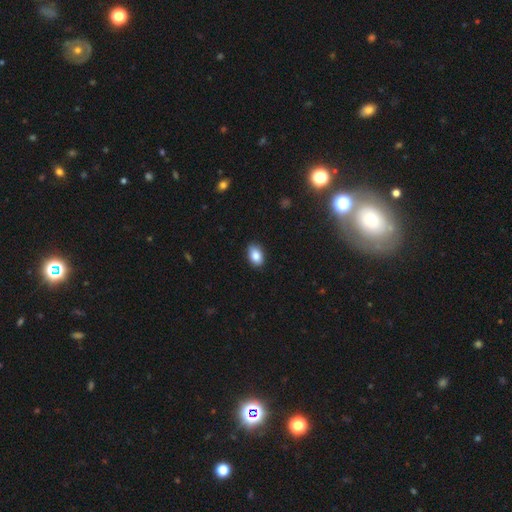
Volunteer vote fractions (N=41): Morphology: type=smooth (85%); roundness=in between (89%); merging=none (76%).